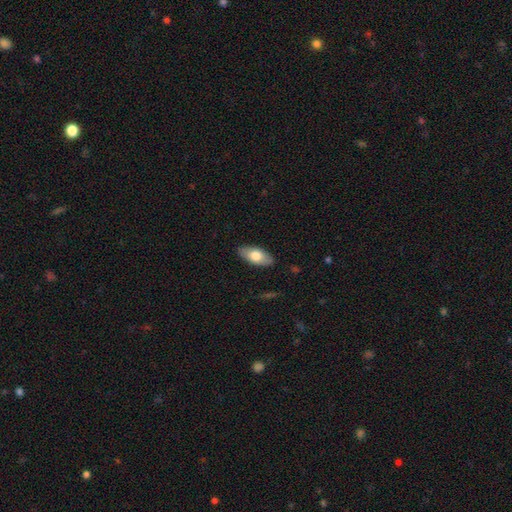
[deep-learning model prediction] Morphology: type=smooth (72%); roundness=in between (90%); merging=none (87%).